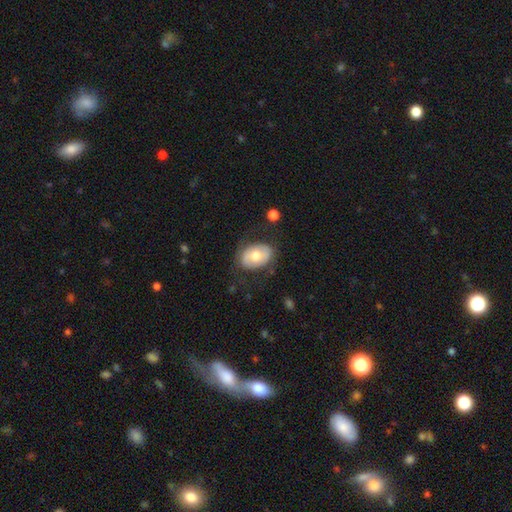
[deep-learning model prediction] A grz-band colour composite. It shows a smooth galaxy with no disk features (57%) that is in between round and cigar-shaped (75%). Merging: none (74%).